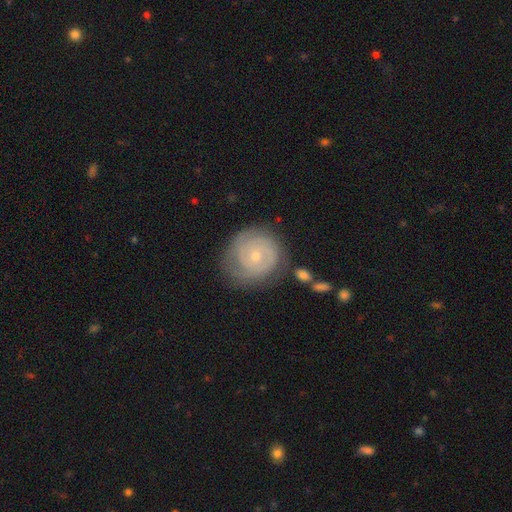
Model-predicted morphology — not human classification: smooth-or-featured: featured or disk: 77% | smooth: 17% | star or artifact: 6%
  disk-edge-on: no: 98% | yes: 2%
    bar: no: 75% | weak: 21% | strong: 3%
    has-spiral-arms: yes: 93% | no: 7%
      spiral-winding: tight: 76% | medium: 19% | loose: 5%
      spiral-arm-count: 2: 39% | can't tell: 27% | 3: 19% | 4: 5% | 1: 5% | more than 4: 4%
    bulge-size: small: 67% | moderate: 29% | none: 1% | large: 1% | dominant: 1%
  merging: none: 76% | minor disturbance: 16% | major disturbance: 6% | merger: 2%